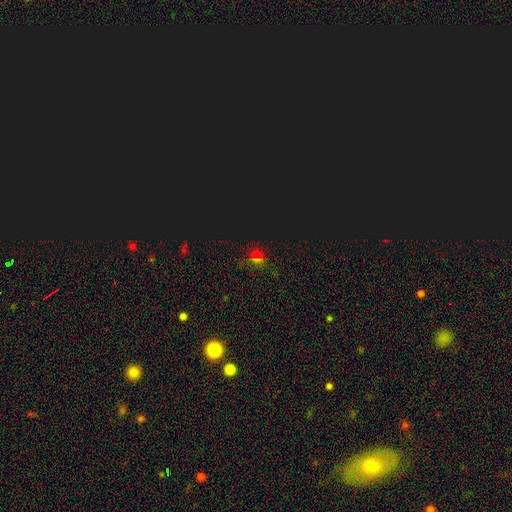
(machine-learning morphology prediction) Smooth or featured: star or artifact — 58% (smooth — 34%)